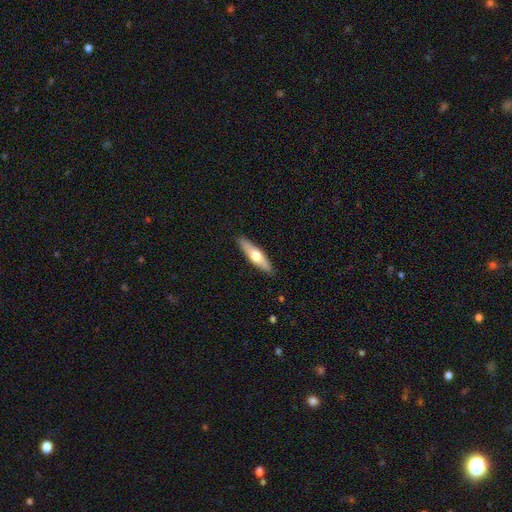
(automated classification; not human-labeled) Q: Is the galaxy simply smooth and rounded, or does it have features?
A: smooth — 53%.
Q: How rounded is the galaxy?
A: cigar-shaped — 66%.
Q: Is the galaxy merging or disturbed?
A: none — 89%.